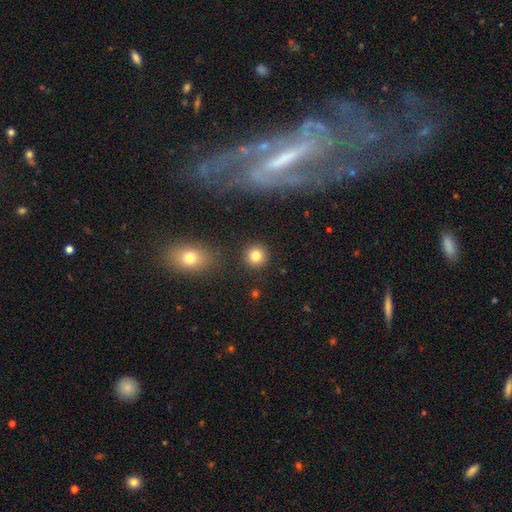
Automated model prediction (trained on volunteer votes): Morphology: type=smooth (82%); roundness=round (93%); merging=none (90%).